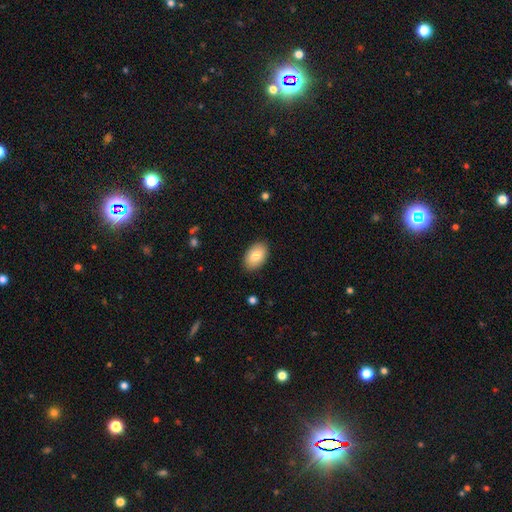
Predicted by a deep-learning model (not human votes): Morphology: type=smooth (83%); roundness=in between (92%); merging=none (88%).